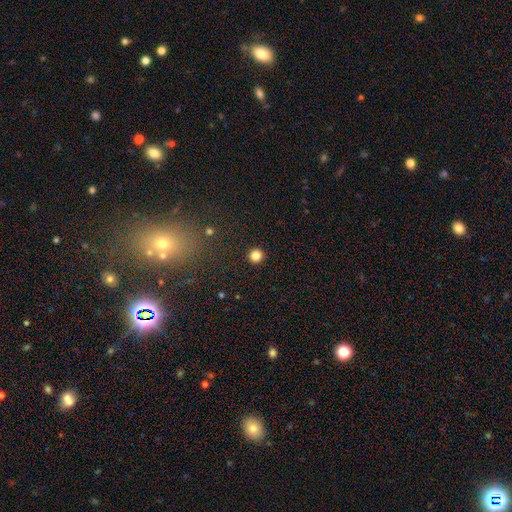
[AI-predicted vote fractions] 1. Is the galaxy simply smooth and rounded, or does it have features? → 84% smooth, 12% star or artifact, 4% featured or disk.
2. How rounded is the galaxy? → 95% round, 4% in between, 1% cigar-shaped.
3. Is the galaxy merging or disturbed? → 93% none, 4% minor disturbance, 2% major disturbance, 1% merger.